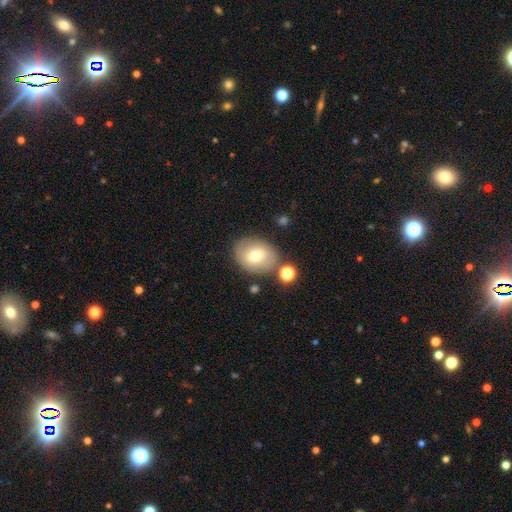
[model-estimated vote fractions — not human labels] Morphology: type=smooth (69%); roundness=in between (55%); merging=none (75%).